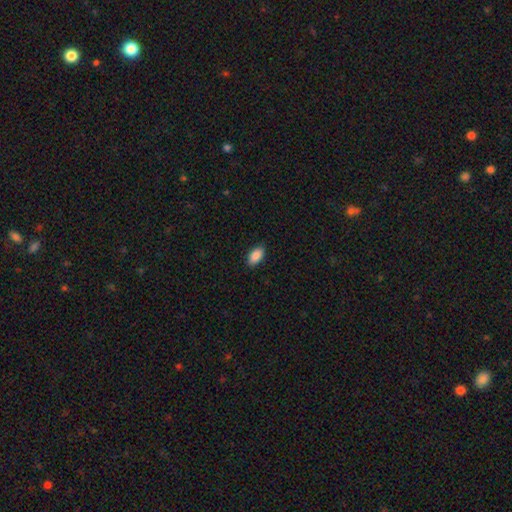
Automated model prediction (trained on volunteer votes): Morphology: type=smooth (89%); roundness=in between (93%); merging=none (88%).